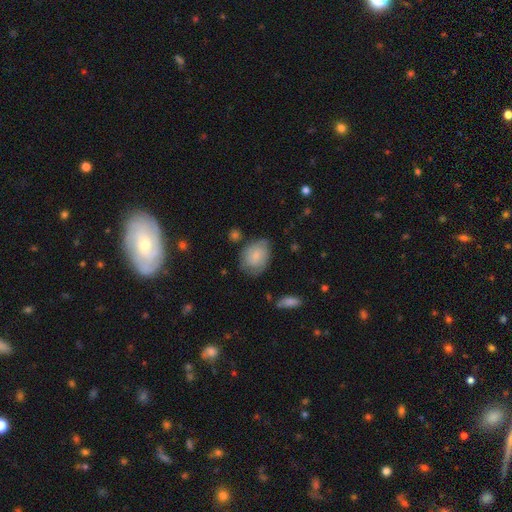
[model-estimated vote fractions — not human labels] A smooth galaxy with no disk features (72%) that is in between round and cigar-shaped (73%). Merging: none (63%).